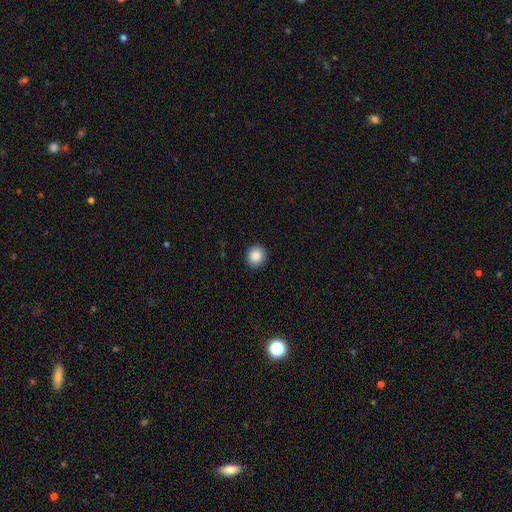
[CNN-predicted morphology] The model was most divided on "how rounded": round: 88%, in between: 11%, cigar-shaped: 1%. More confident: merging — none (91%); smooth or featured — smooth (88%).